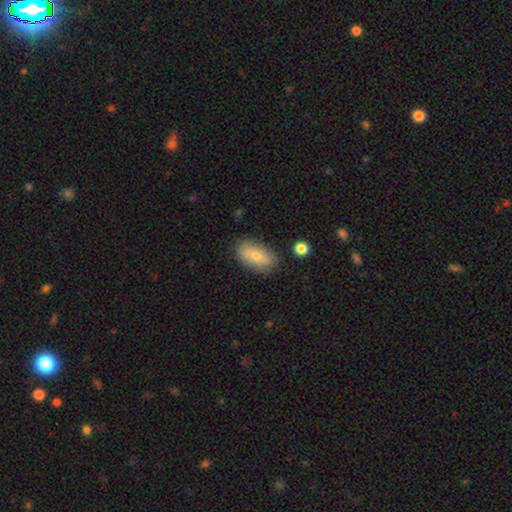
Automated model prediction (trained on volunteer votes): smooth-or-featured: smooth: 72% | featured or disk: 21% | star or artifact: 7%
  how-rounded: in between: 90% | cigar-shaped: 5% | round: 4%
  merging: none: 83% | minor disturbance: 13% | major disturbance: 3% | merger: 2%